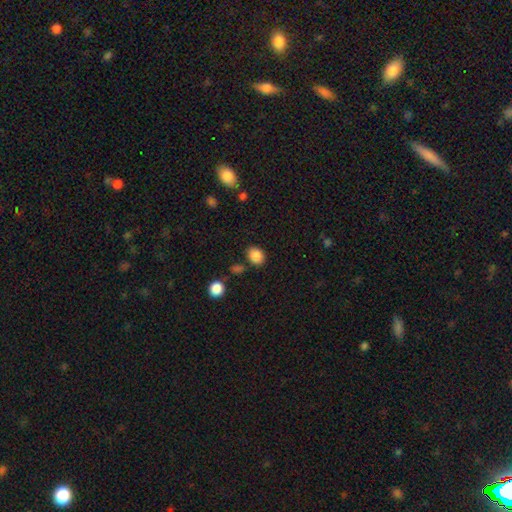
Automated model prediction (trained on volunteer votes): A smooth galaxy with no disk features (86%) that is in between round and cigar-shaped (54%).

Vote fractions:
- Smooth or featured? smooth: 86% / star or artifact: 9% / featured or disk: 4%
- How rounded? in between: 54% / round: 45% / cigar-shaped: 1%
- Merging? none: 79% / minor disturbance: 12% / merger: 6% / major disturbance: 3%